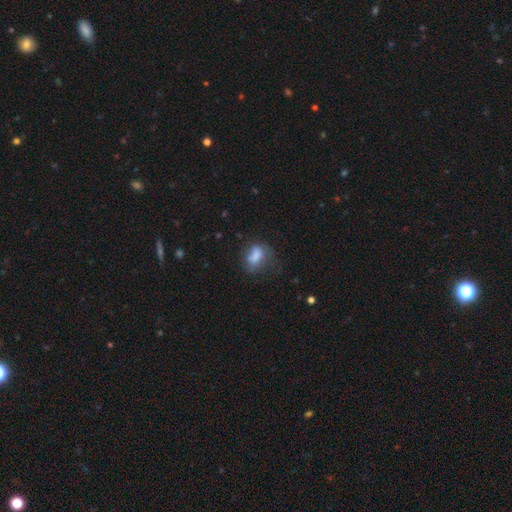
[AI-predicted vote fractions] A smooth galaxy with no disk features (67%) that is in between round and cigar-shaped (76%). Merging: none (37%).